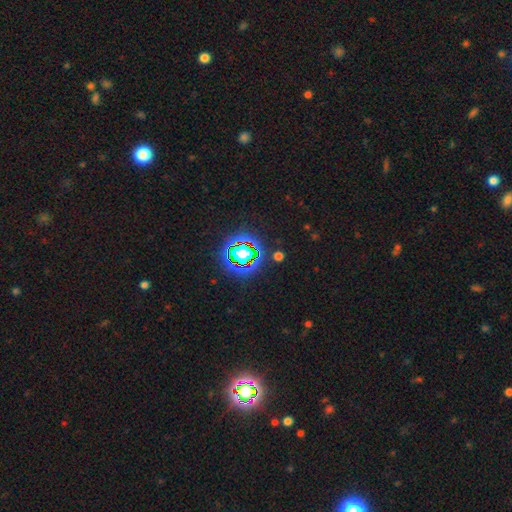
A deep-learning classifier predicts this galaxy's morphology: type=star or artifact (81%).